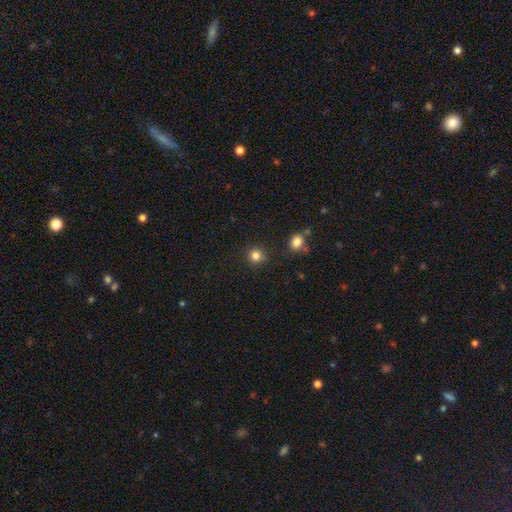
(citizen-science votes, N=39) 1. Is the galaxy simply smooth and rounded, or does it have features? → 92% smooth, 8% star or artifact, 0% featured or disk.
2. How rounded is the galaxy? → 89% round, 11% in between, 0% cigar-shaped.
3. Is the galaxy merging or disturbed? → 75% none, 19% minor disturbance, 6% major disturbance, 0% merger.